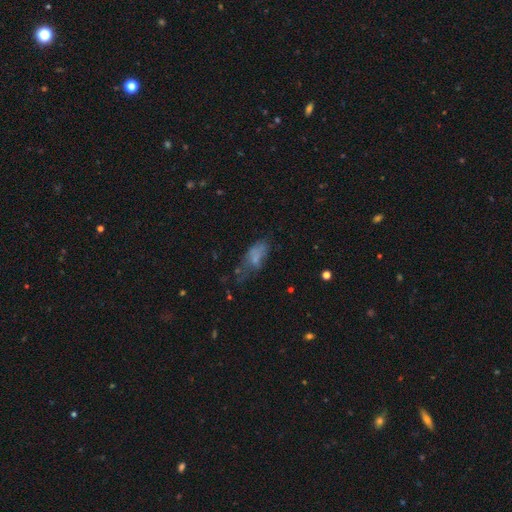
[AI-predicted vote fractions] This appears to be a smooth galaxy with no disk features (58%) that is in between round and cigar-shaped (81%). Merging: major disturbance (33%).